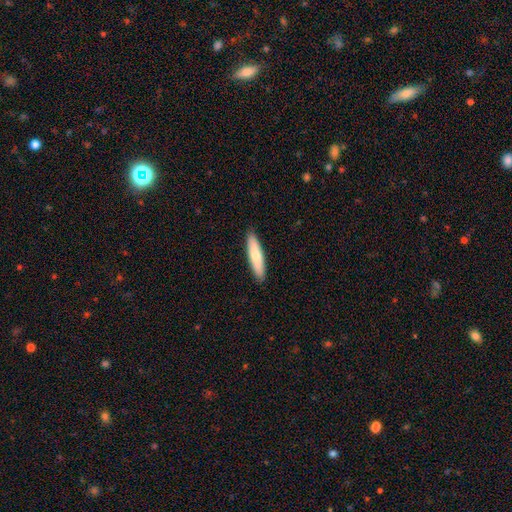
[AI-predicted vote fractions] Smooth or featured?
  - smooth: 75% *
  - featured or disk: 20%
  - star or artifact: 5%
How rounded?
  - cigar-shaped: 81% *
  - in between: 18%
  - round: 1%
Merging?
  - none: 90% *
  - minor disturbance: 7%
  - major disturbance: 1%
  - merger: 1%